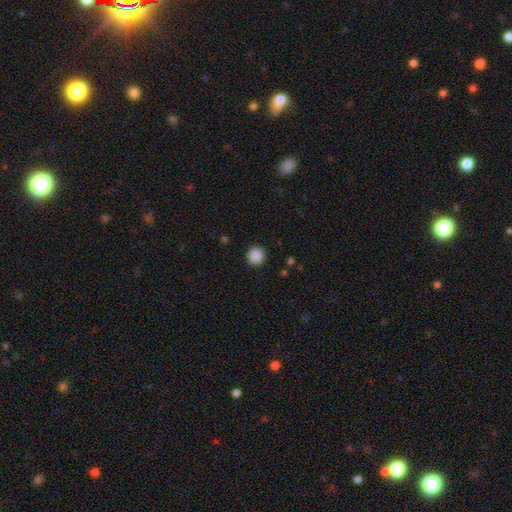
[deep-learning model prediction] Smooth or featured: smooth — 88% (star or artifact — 9%)
How rounded: round — 93% (in between — 6%)
Merging: none — 91% (minor disturbance — 6%)